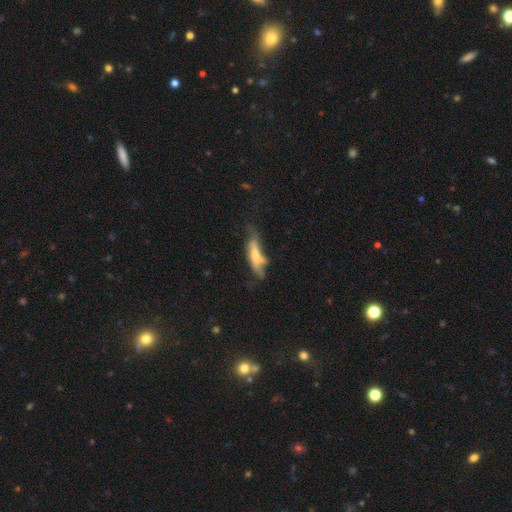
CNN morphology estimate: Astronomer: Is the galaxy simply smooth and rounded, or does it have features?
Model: smooth — 53% (runner-up: featured or disk, 39%).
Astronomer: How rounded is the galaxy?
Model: cigar-shaped — 69%.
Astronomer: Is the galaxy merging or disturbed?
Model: none — 37% (runner-up: minor disturbance, 28%).